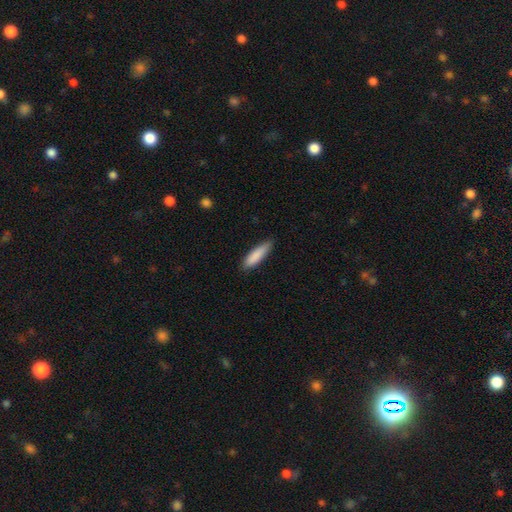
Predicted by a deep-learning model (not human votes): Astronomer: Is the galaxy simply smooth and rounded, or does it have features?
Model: smooth — 86%.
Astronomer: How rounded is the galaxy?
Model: cigar-shaped — 69%.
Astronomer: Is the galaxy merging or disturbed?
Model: none — 81%.